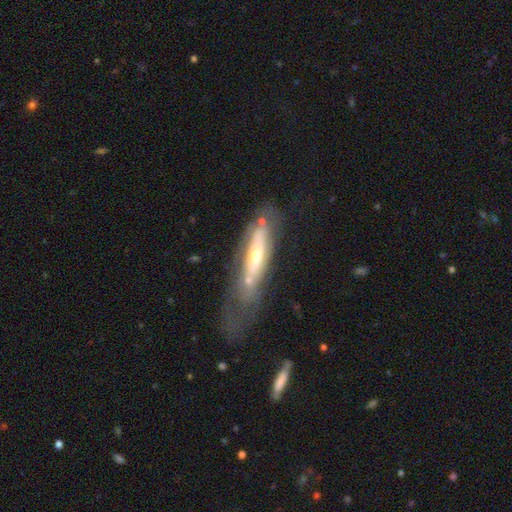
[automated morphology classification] The model was most divided on "merging": none: 38%, major disturbance: 29%, minor disturbance: 25%, merger: 8%. More confident: smooth or featured — featured or disk (65%); edge-on disk — no (55%).